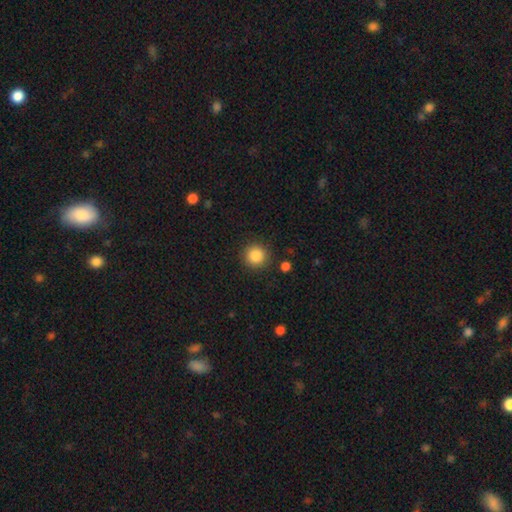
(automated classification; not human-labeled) A smooth galaxy with no disk features (86%) that is round (94%). Merging: none (89%).